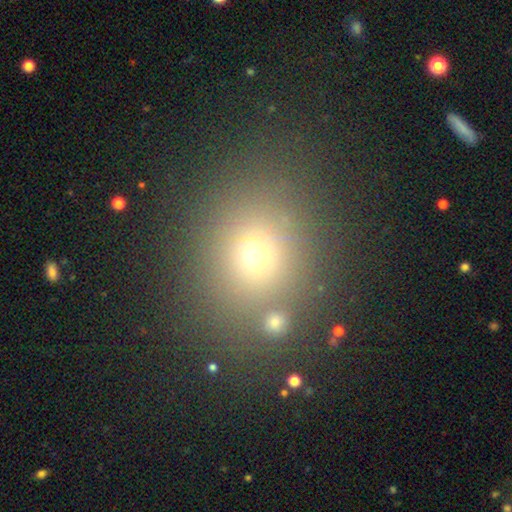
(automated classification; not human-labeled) This is likely a smooth galaxy (62%). How rounded: likely round (72%). Merging: likely none (79%).